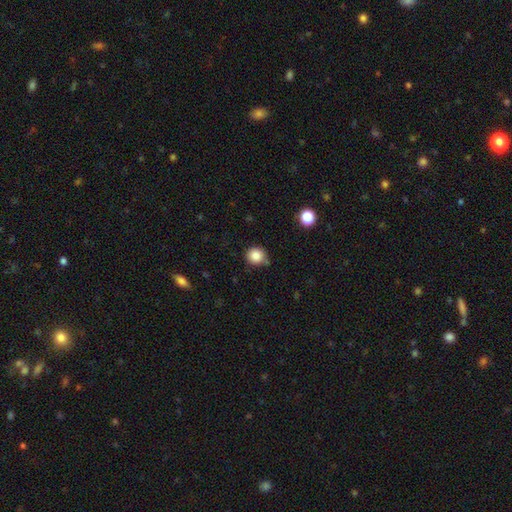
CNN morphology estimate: Smooth or featured?
  - smooth: 85% *
  - star or artifact: 10%
  - featured or disk: 5%
How rounded?
  - round: 90% *
  - in between: 9%
  - cigar-shaped: 1%
Merging?
  - none: 79% *
  - minor disturbance: 13%
  - merger: 5%
  - major disturbance: 3%